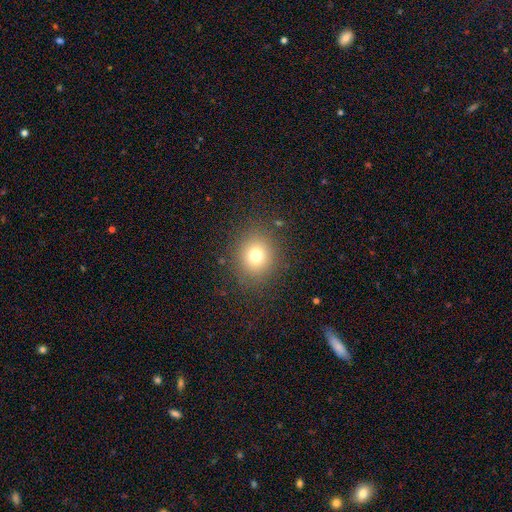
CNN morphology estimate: Smooth or featured? Predicted: smooth (p=0.74). How rounded? Predicted: round (p=0.81). Merging? Predicted: none (p=0.86).